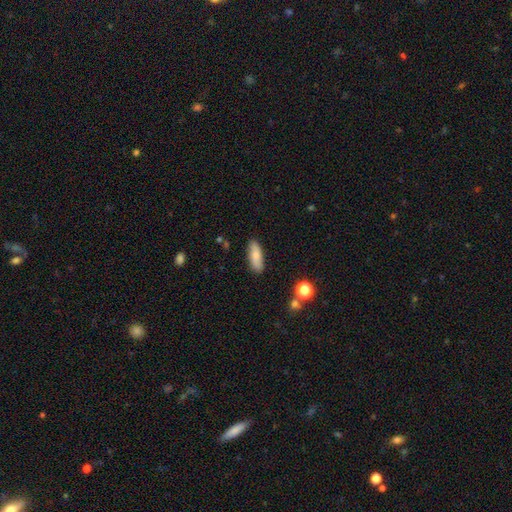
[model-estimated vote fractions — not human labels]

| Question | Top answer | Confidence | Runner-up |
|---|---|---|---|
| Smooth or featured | smooth | 77% | featured or disk (16%) |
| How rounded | in between | 58% | cigar-shaped (39%) |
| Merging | none | 86% | minor disturbance (10%) |